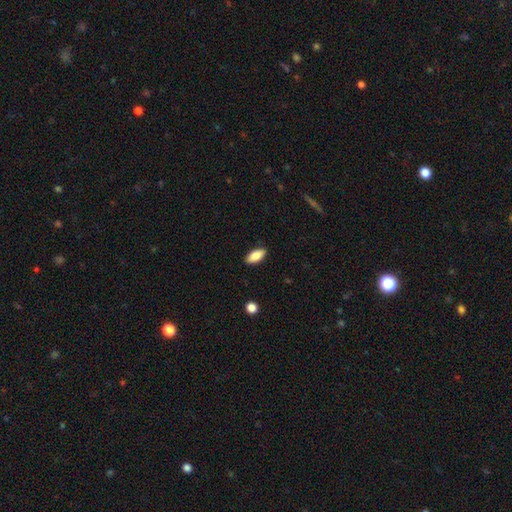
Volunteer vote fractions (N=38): Morphology: type=smooth (84%); roundness=in between (94%); merging=none (95%).